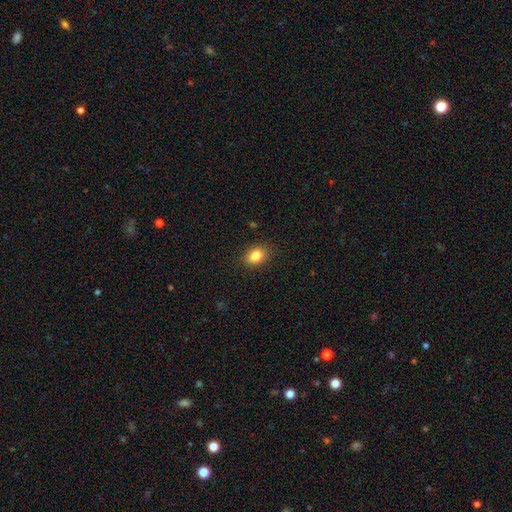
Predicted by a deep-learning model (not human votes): A smooth galaxy with no disk features (85%) that is in between round and cigar-shaped (76%). Merging: none (86%).